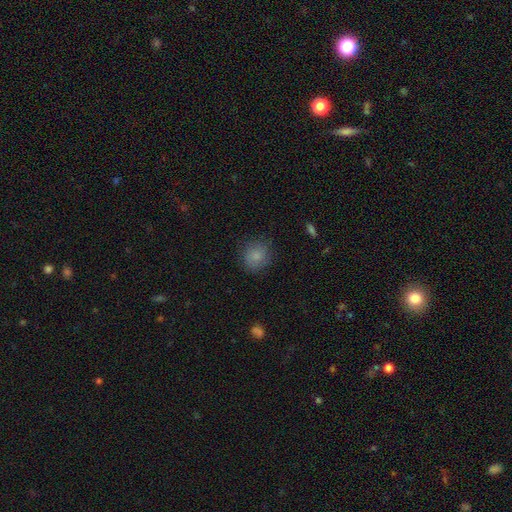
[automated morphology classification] Smooth or featured?
  - smooth: 83% *
  - featured or disk: 9%
  - star or artifact: 8%
How rounded?
  - round: 83% *
  - in between: 16%
  - cigar-shaped: 1%
Merging?
  - none: 80% *
  - minor disturbance: 15%
  - major disturbance: 4%
  - merger: 1%